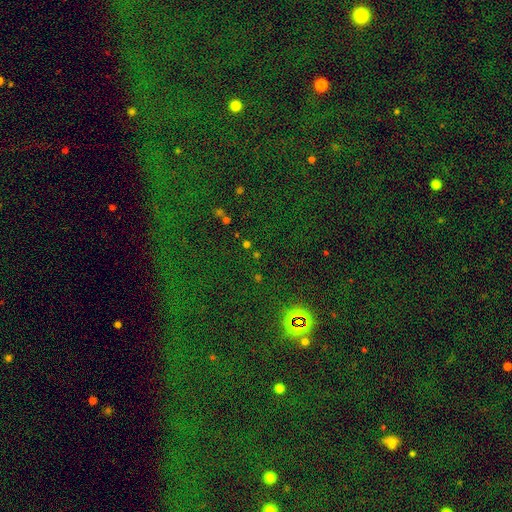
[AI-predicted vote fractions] A star or artifact, not a galaxy (79%).